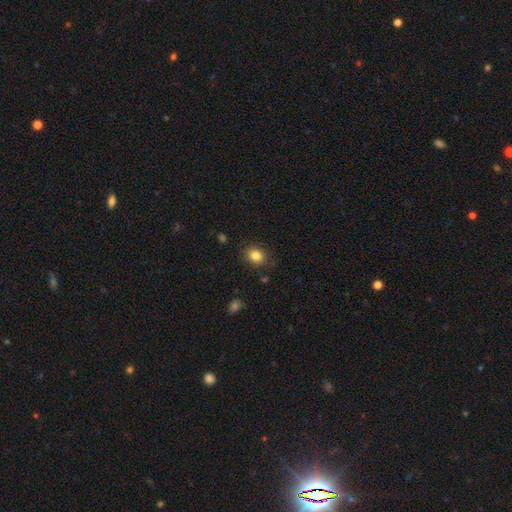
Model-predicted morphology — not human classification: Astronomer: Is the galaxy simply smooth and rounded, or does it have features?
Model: smooth — 83%.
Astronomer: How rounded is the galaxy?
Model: round — 69%.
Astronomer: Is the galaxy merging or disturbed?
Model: none — 84%.